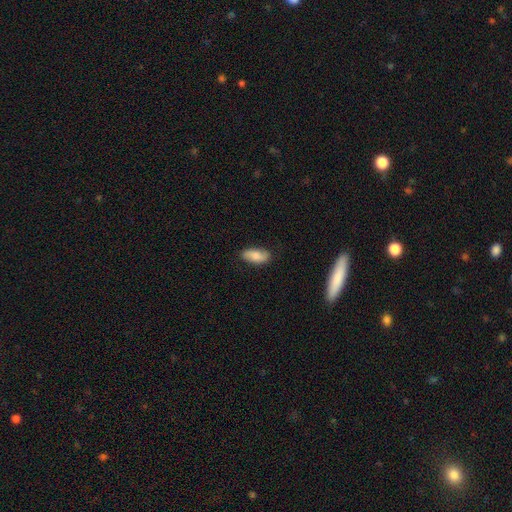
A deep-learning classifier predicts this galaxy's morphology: The model was most divided on "smooth or featured": smooth: 76%, featured or disk: 18%, star or artifact: 7%. More confident: how rounded — in between (89%); merging — none (80%).